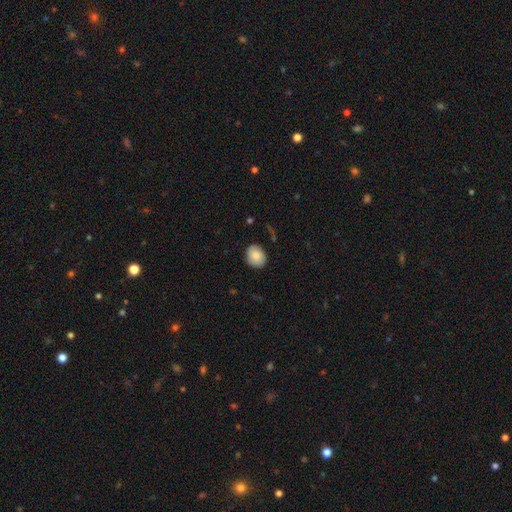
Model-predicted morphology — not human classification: type=smooth (83%); roundness=round (58%); merging=none (82%).